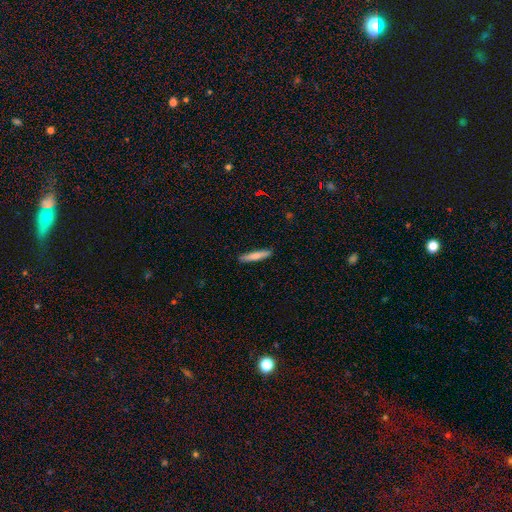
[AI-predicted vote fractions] This is likely a smooth galaxy (75%). How rounded: clearly cigar-shaped (91%). Merging: clearly none (89%).